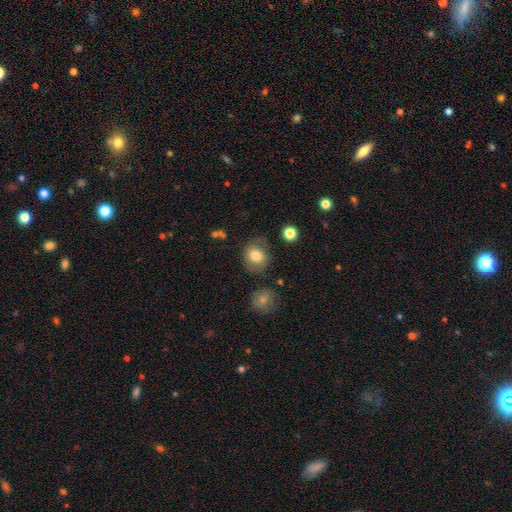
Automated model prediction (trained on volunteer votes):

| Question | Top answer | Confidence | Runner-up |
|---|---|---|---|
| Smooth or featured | smooth | 79% | featured or disk (12%) |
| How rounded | round | 68% | in between (31%) |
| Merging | none | 72% | minor disturbance (18%) |